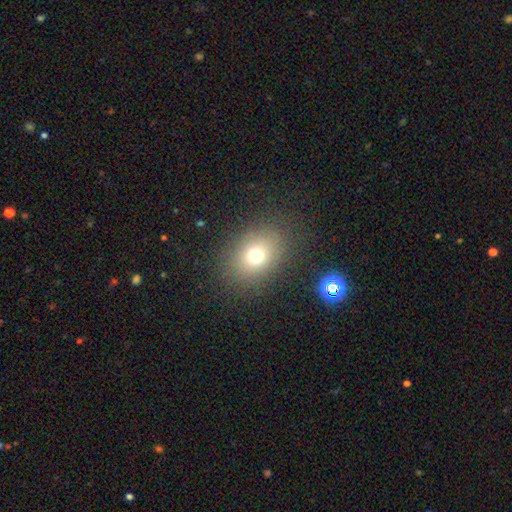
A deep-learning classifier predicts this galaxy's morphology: A smooth galaxy with no disk features (71%) that is in between round and cigar-shaped (55%). Merging: none (84%).